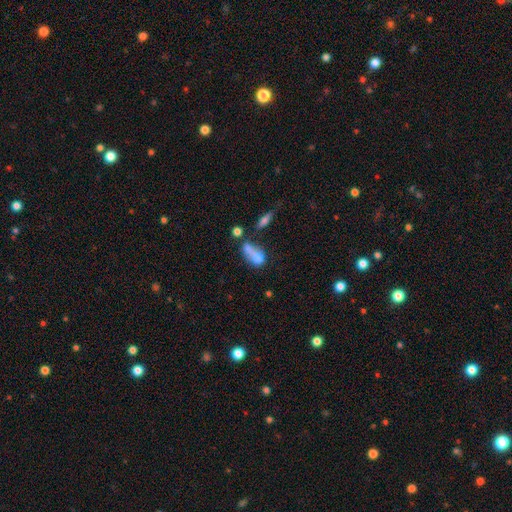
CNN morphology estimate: Smooth or featured?
  - smooth: 62% *
  - featured or disk: 25%
  - star or artifact: 13%
How rounded?
  - in between: 65% *
  - round: 20%
  - cigar-shaped: 14%
Merging?
  - merger: 44% *
  - none: 22%
  - major disturbance: 20%
  - minor disturbance: 14%